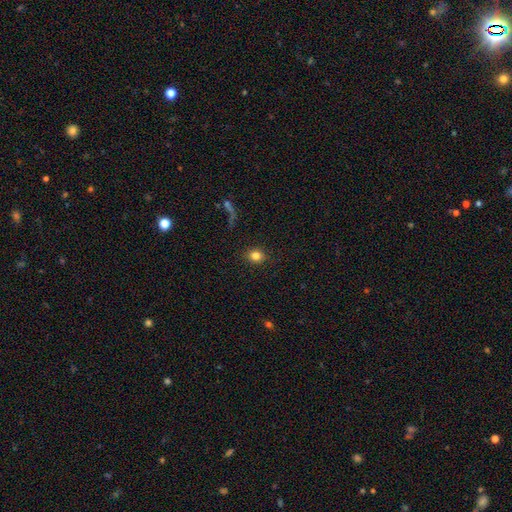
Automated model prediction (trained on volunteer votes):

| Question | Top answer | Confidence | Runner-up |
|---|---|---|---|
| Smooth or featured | smooth | 82% | star or artifact (11%) |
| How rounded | round | 68% | in between (31%) |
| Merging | none | 89% | minor disturbance (7%) |